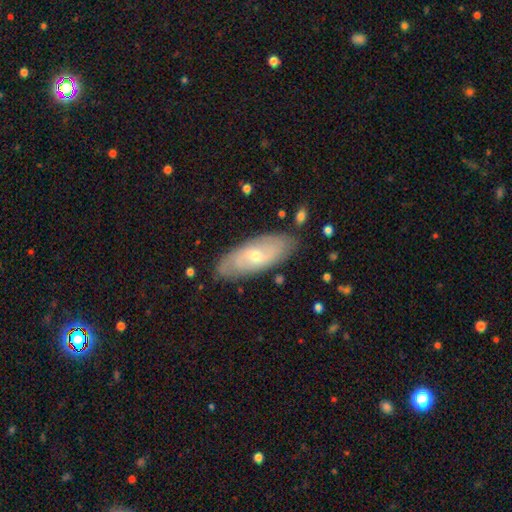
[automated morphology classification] Smooth or featured? Predicted: featured or disk (p=0.64). Edge-on disk? Predicted: no (p=0.85). Bar? Predicted: weak (p=0.46). Spiral arms? Predicted: yes (p=0.81). Bulge size? Predicted: small (p=0.55). Merging? Predicted: none (p=0.83).